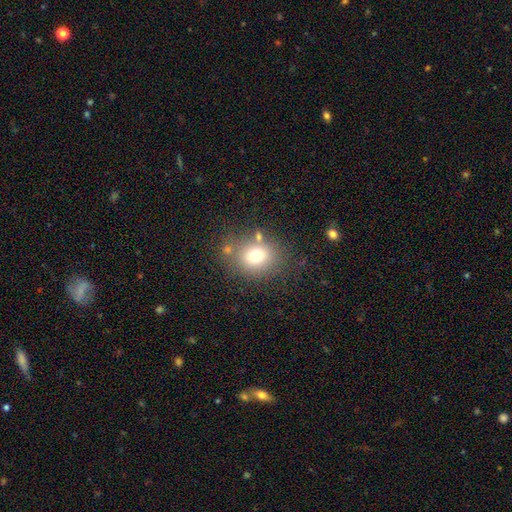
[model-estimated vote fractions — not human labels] Q: Smooth or featured?
A: smooth (73%); runner-up: star or artifact (14%)
Q: How rounded?
A: round (67%); runner-up: in between (32%)
Q: Merging?
A: none (72%); runner-up: minor disturbance (13%)